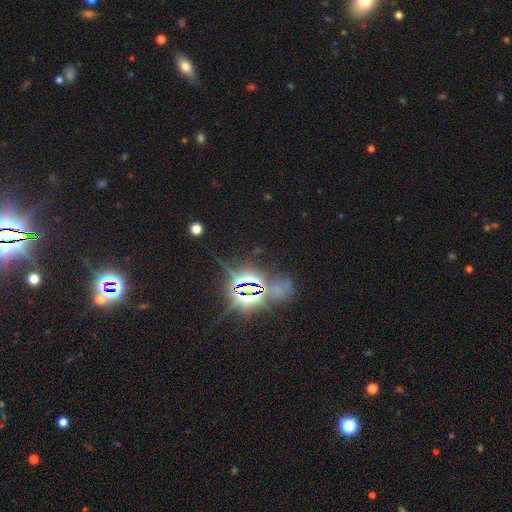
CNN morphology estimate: Smooth or featured: star or artifact — 81% (featured or disk — 10%)